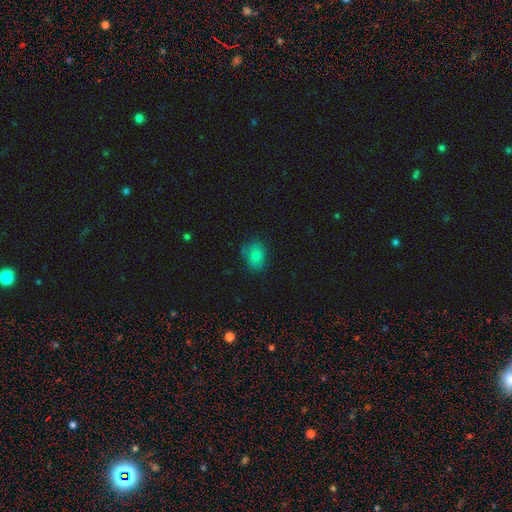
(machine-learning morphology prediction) Smooth or featured? smooth (76%)
How rounded? in between (60%)
Merging? none (70%)